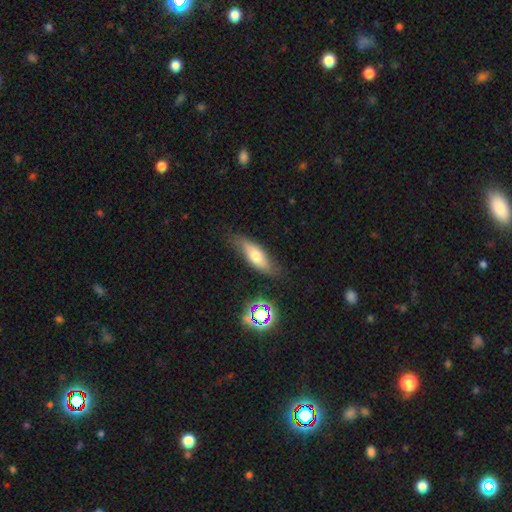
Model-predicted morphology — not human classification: The model was most divided on "how rounded": in between: 61%, cigar-shaped: 36%, round: 3%. More confident: merging — none (74%); smooth or featured — smooth (59%).